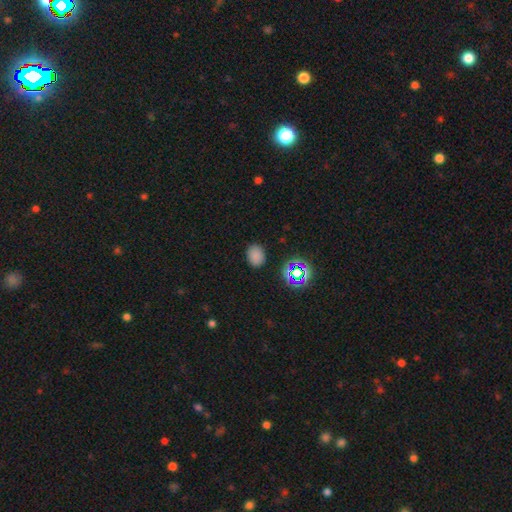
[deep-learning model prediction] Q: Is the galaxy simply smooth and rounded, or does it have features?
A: smooth — 76%.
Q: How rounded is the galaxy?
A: in between — 58%.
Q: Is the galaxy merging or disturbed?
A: none — 85%.